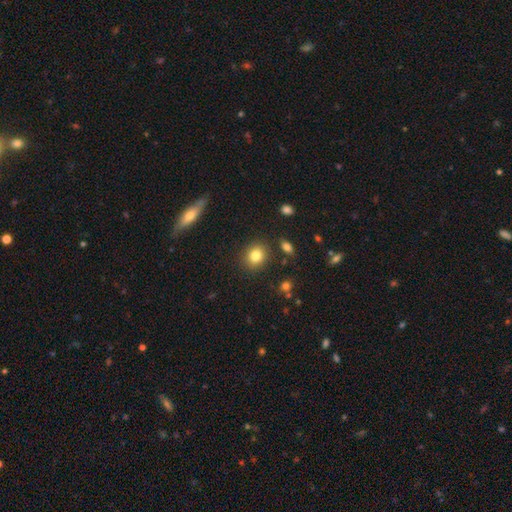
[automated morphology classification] smooth-or-featured: smooth: 83% | star or artifact: 10% | featured or disk: 7%
  how-rounded: round: 71% | in between: 28% | cigar-shaped: 1%
  merging: none: 87% | minor disturbance: 8% | merger: 3% | major disturbance: 3%